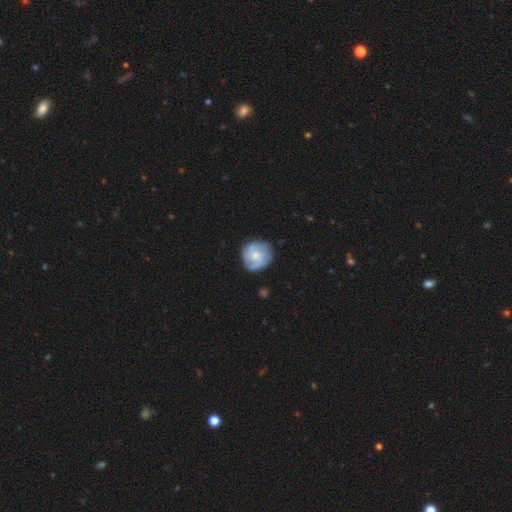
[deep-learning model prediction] Smooth or featured? Predicted: featured or disk (p=0.48). Merging? Predicted: none (p=0.76).